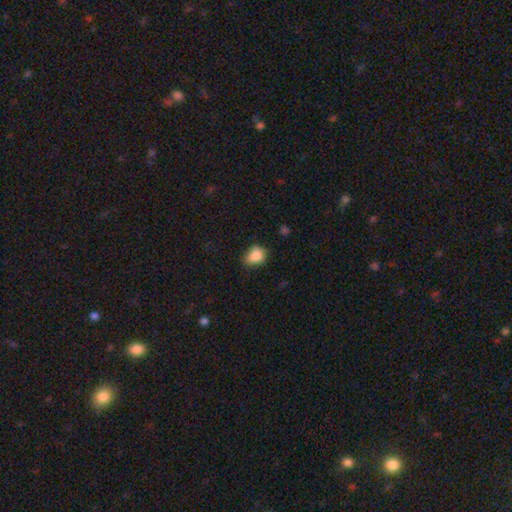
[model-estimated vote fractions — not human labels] smooth-or-featured: smooth: 87% | star or artifact: 9% | featured or disk: 5%
  how-rounded: in between: 56% | round: 43% | cigar-shaped: 1%
  merging: none: 64% | minor disturbance: 28% | major disturbance: 6% | merger: 2%